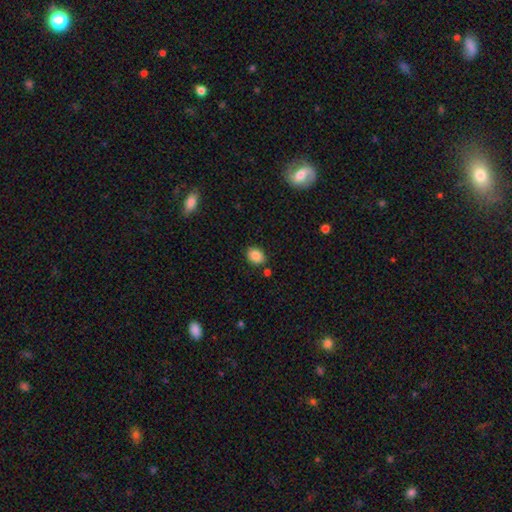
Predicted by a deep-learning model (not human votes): A smooth galaxy with no disk features (86%) that is in between round and cigar-shaped (60%).

Vote fractions:
- Smooth or featured? smooth: 86% / star or artifact: 9% / featured or disk: 5%
- How rounded? in between: 60% / round: 39% / cigar-shaped: 1%
- Merging? none: 81% / minor disturbance: 12% / merger: 4% / major disturbance: 3%